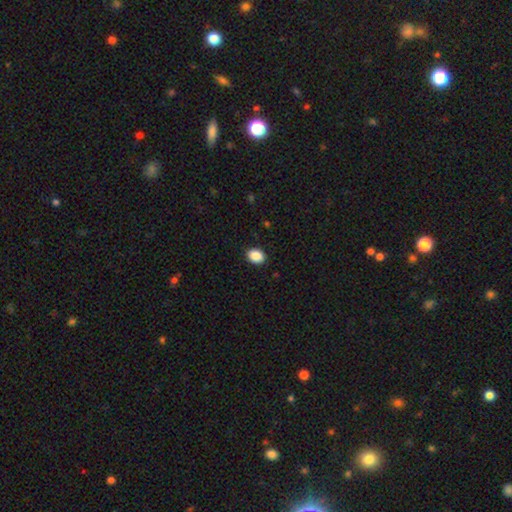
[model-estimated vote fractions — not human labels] smooth_or_featured: smooth (p=0.89) [alt: star or artifact p=0.08]
how_rounded: in between (p=0.66) [alt: round p=0.33]
merging: none (p=0.90) [alt: minor disturbance p=0.07]